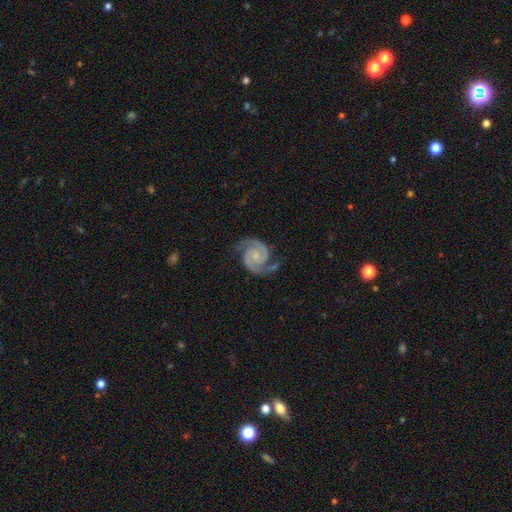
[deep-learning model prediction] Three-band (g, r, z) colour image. It shows a featured or disk galaxy (93%) with no bar (64%), 2 (94%) tight (49%) spiral arms (99%) and a small central bulge (48%). Merging: none (77%).